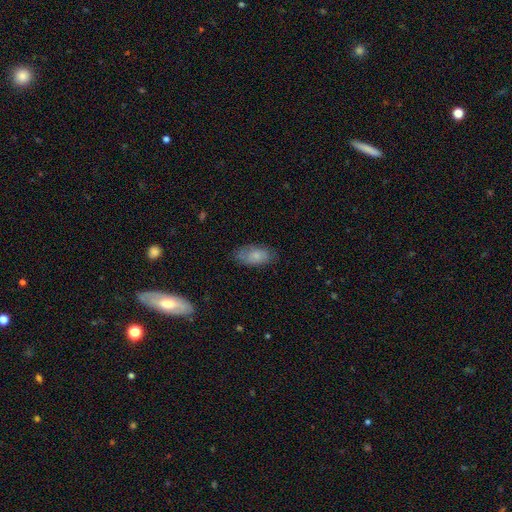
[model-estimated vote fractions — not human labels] This is likely a smooth galaxy (75%). How rounded: clearly in between (92%). Merging: likely none (73%).